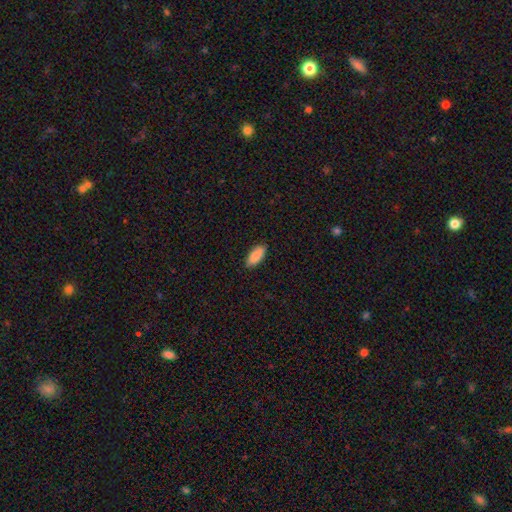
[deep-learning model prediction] A smooth galaxy with no disk features (89%) that is in between round and cigar-shaped (83%).

Vote fractions:
- Smooth or featured? smooth: 89% / star or artifact: 6% / featured or disk: 5%
- How rounded? in between: 83% / cigar-shaped: 16% / round: 2%
- Merging? none: 89% / minor disturbance: 8% / major disturbance: 2% / merger: 1%